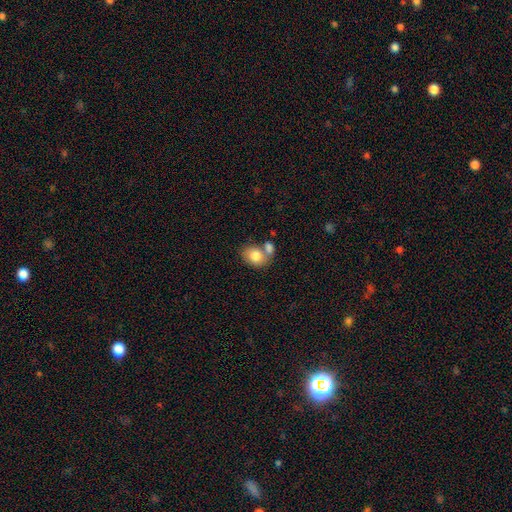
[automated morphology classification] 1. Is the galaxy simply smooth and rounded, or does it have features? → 79% smooth, 13% featured or disk, 8% star or artifact.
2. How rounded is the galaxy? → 56% in between, 43% round, 1% cigar-shaped.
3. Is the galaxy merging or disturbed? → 43% merger, 41% none, 12% minor disturbance, 4% major disturbance.